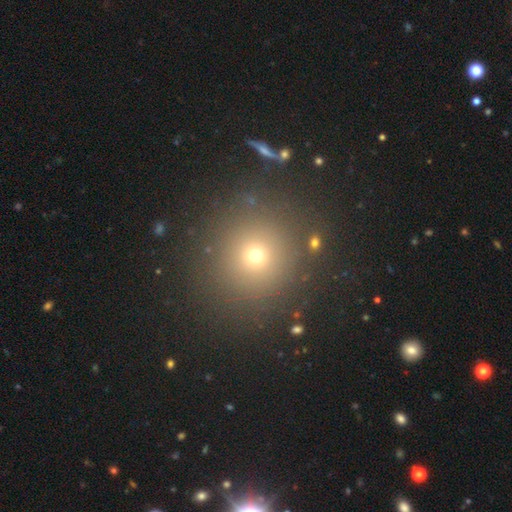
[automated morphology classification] Overall: smooth (65%; star or artifact 28%). How rounded: round (94%). Merging: none (89%).